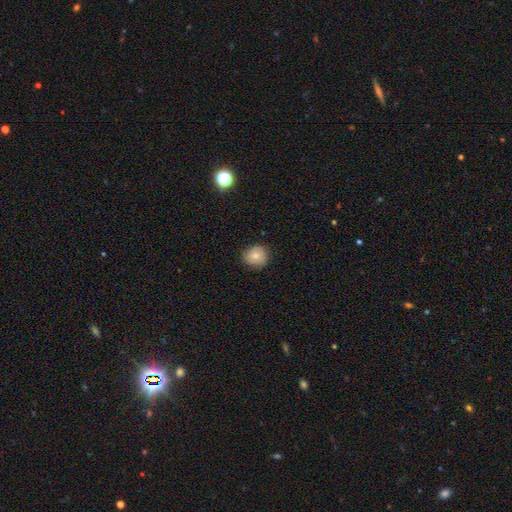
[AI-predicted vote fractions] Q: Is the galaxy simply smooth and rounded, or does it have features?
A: smooth — 73%.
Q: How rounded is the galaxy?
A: round — 82%.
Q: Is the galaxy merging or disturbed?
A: none — 80%.